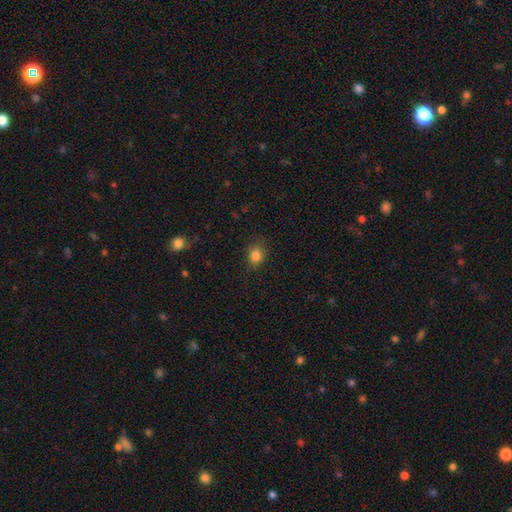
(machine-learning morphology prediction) Smooth or featured? Predicted: smooth (p=0.83). How rounded? Predicted: in between (p=0.50). Merging? Predicted: none (p=0.81).